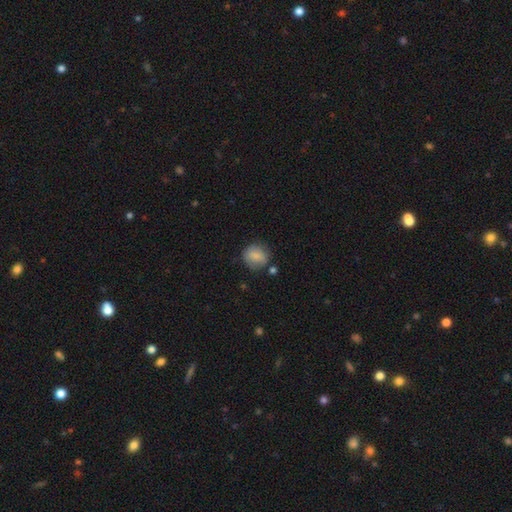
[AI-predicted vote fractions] Smooth or featured? smooth (81%)
How rounded? round (78%)
Merging? none (73%)